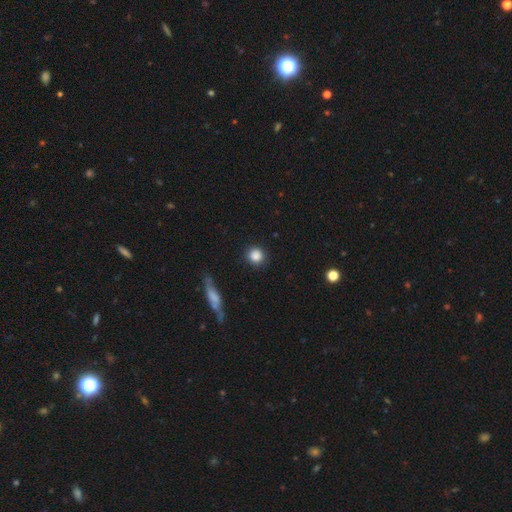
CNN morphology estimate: smooth-or-featured: smooth: 86% | star or artifact: 9% | featured or disk: 5%
  how-rounded: round: 90% | in between: 9% | cigar-shaped: 2%
  merging: none: 84% | minor disturbance: 10% | major disturbance: 3% | merger: 2%